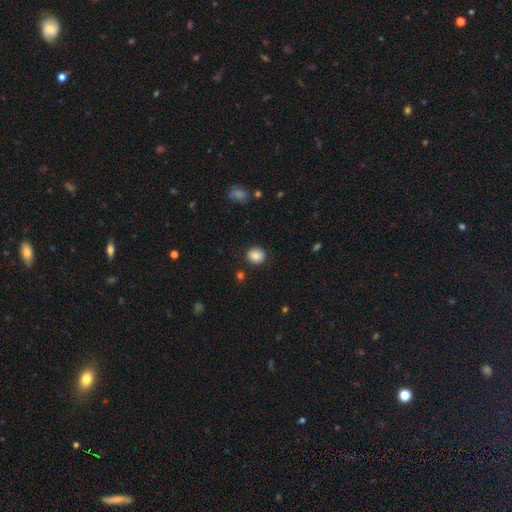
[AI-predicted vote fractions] This is clearly a smooth galaxy (85%). How rounded: likely round (72%). Merging: clearly none (87%).